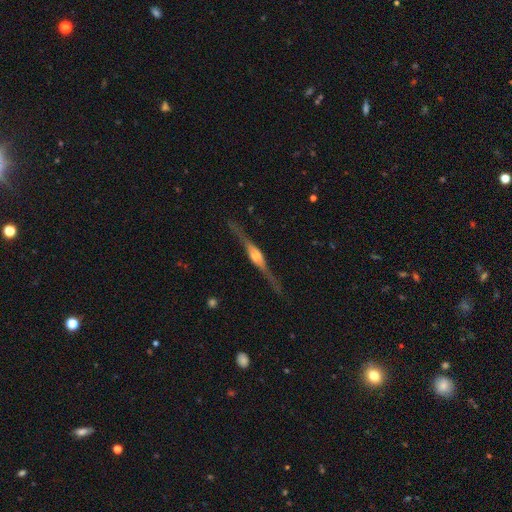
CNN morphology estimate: Overall: featured or disk (84%). Edge-on disk: yes (97%). Edge-on bulge: rounded (87%). Merging: none (85%).